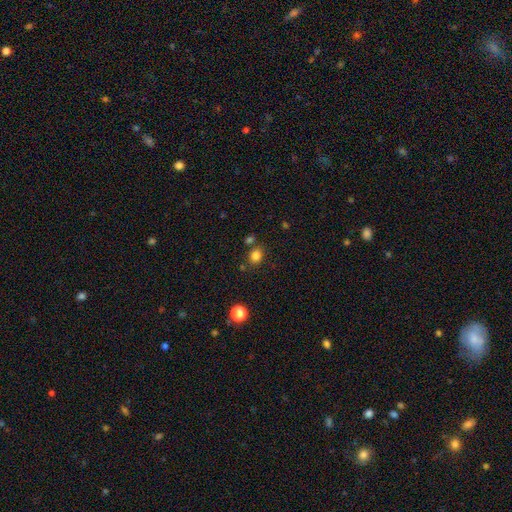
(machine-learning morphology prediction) The model was most divided on "how rounded": round: 58%, in between: 41%, cigar-shaped: 1%. More confident: smooth or featured — smooth (82%); merging — none (75%).